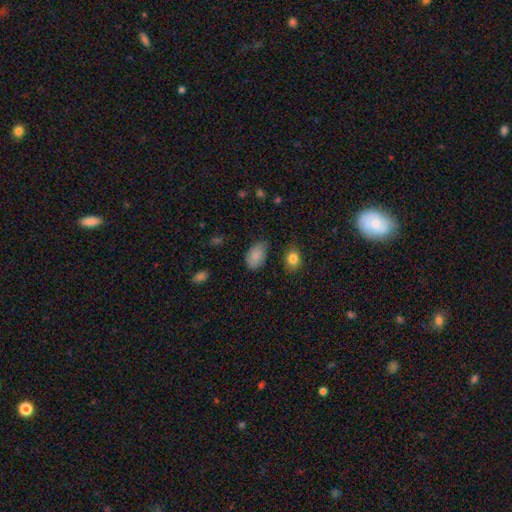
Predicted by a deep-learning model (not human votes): A smooth galaxy with no disk features (83%) that is in between round and cigar-shaped (88%).

Vote fractions:
- Smooth or featured? smooth: 83% / star or artifact: 9% / featured or disk: 8%
- How rounded? in between: 88% / round: 11% / cigar-shaped: 1%
- Merging? none: 61% / minor disturbance: 30% / major disturbance: 6% / merger: 2%